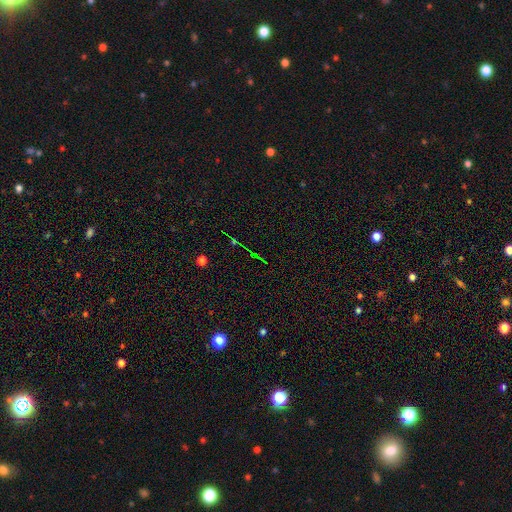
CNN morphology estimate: Q: Smooth or featured?
A: star or artifact (71%); runner-up: featured or disk (16%)